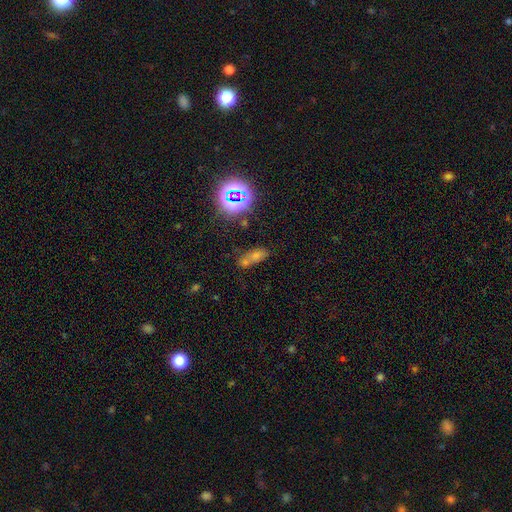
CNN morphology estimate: This appears to be a smooth galaxy with no disk features (50%) that is in between round and cigar-shaped (64%). Merging: none (48%).